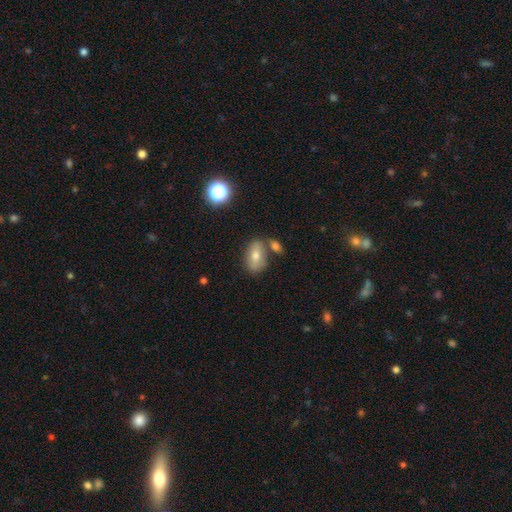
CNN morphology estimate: Smooth or featured?
  - smooth: 67% *
  - featured or disk: 23%
  - star or artifact: 10%
How rounded?
  - in between: 85% *
  - round: 10%
  - cigar-shaped: 5%
Merging?
  - none: 65% *
  - merger: 17%
  - minor disturbance: 14%
  - major disturbance: 4%